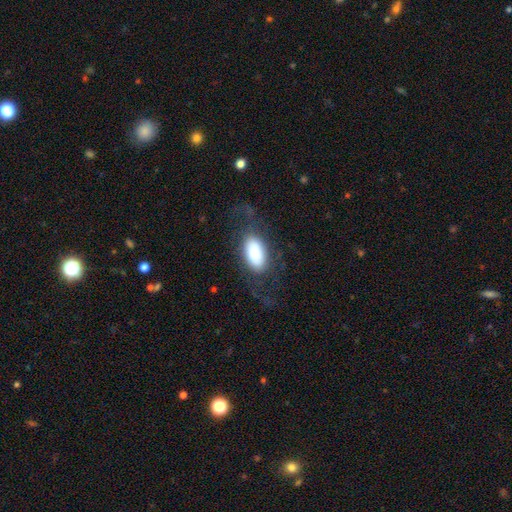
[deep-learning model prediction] Overall: smooth (69%). How rounded: in between (94%). Merging: none (61%).